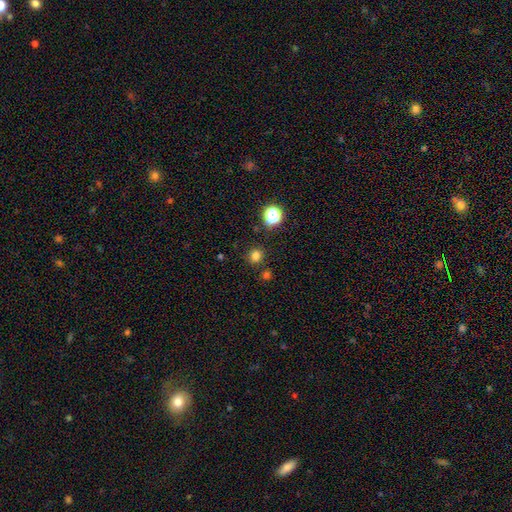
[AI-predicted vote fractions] Smooth or featured?
  - smooth: 78% *
  - star or artifact: 18%
  - featured or disk: 5%
How rounded?
  - round: 85% *
  - in between: 14%
  - cigar-shaped: 1%
Merging?
  - none: 85% *
  - minor disturbance: 8%
  - merger: 5%
  - major disturbance: 3%